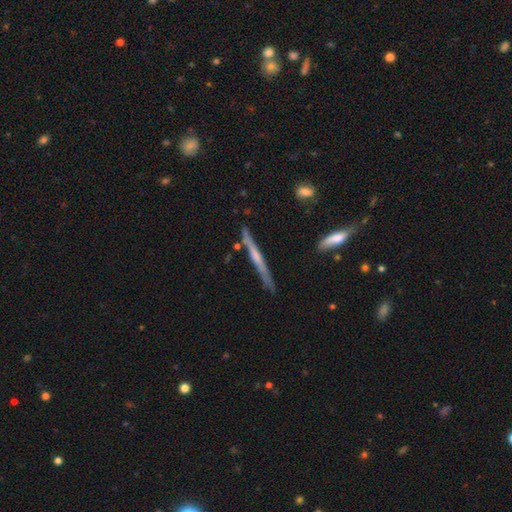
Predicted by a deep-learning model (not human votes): smooth-or-featured: featured or disk: 61% | smooth: 33% | star or artifact: 6%
  disk-edge-on: yes: 97% | no: 3%
    edge-on-bulge: none: 51% | rounded: 34% | boxy: 15%
  merging: none: 82% | minor disturbance: 13% | merger: 3% | major disturbance: 2%